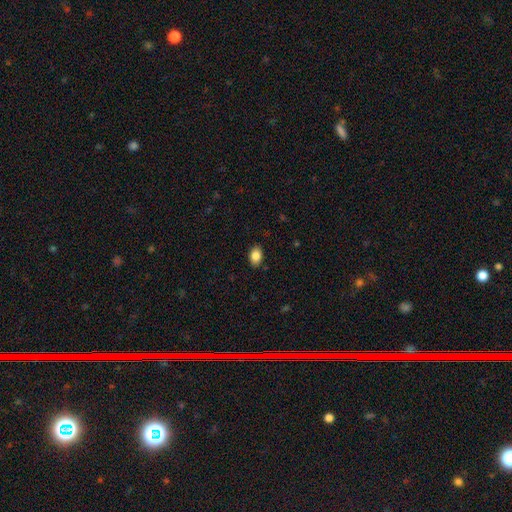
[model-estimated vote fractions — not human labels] The model was most divided on "how rounded": in between: 82%, round: 16%, cigar-shaped: 1%. More confident: merging — none (88%); smooth or featured — smooth (86%).